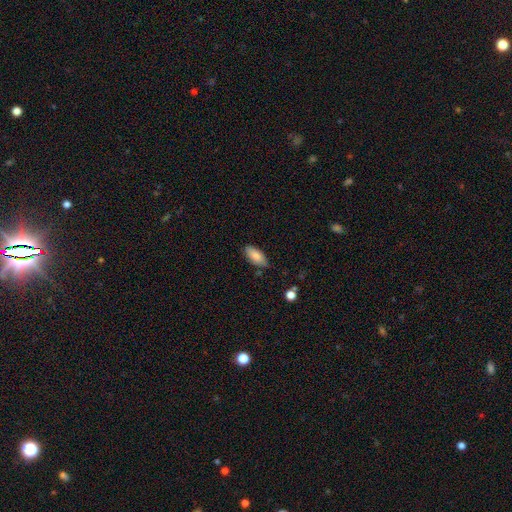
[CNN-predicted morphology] Overall: smooth (84%). How rounded: in between (89%). Merging: none (77%).